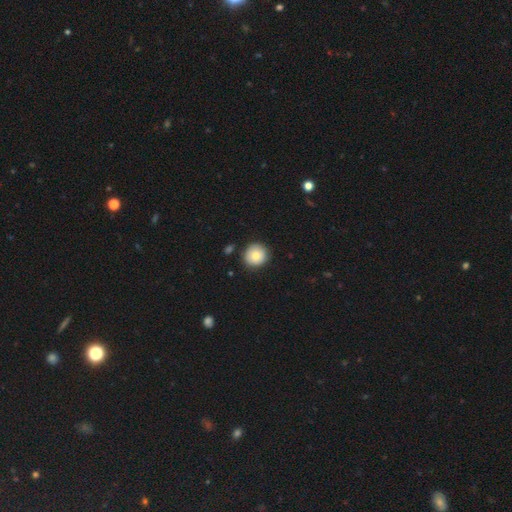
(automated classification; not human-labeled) This appears to be a smooth galaxy with no disk features (80%) that is round (93%). Merging: none (88%).